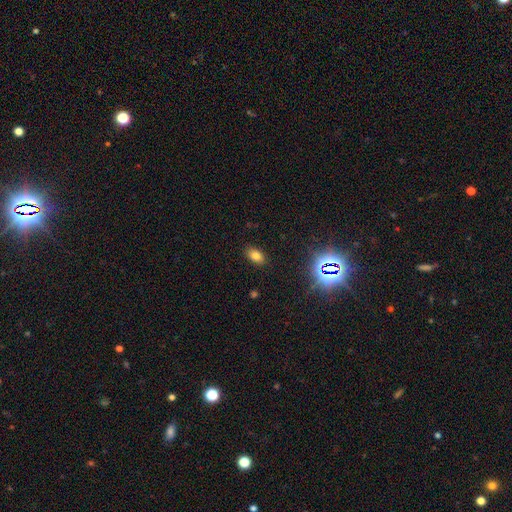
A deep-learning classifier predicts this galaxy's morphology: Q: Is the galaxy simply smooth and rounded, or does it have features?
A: smooth — 76%.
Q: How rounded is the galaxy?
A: in between — 88%.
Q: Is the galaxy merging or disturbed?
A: none — 87%.